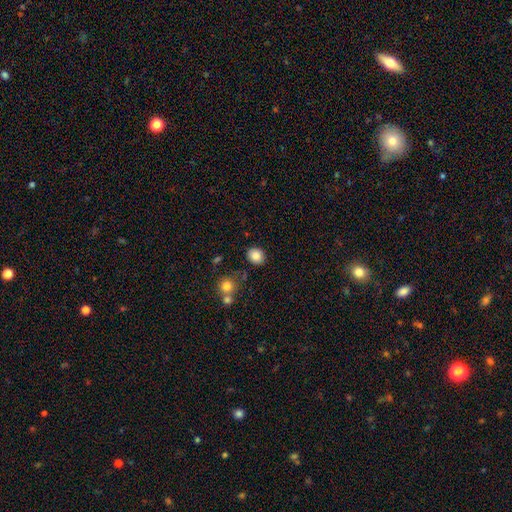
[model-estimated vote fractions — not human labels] A smooth galaxy with no disk features (84%) that is round (71%). Merging: none (83%).